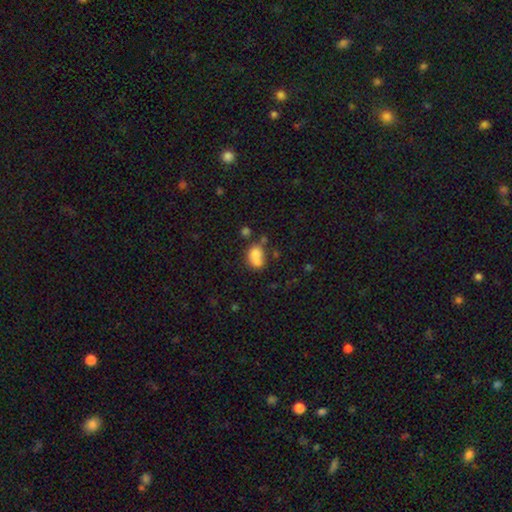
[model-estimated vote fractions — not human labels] Morphology: type=smooth (71%); roundness=round (58%); merging=merger (58%).